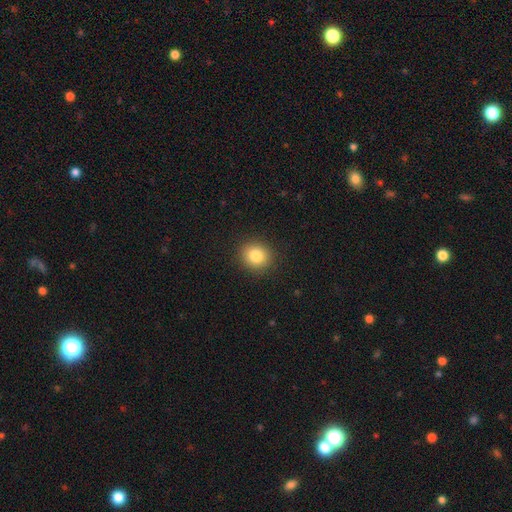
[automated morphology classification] Smooth or featured?
  - smooth: 83% *
  - star or artifact: 10%
  - featured or disk: 7%
How rounded?
  - round: 77% *
  - in between: 22%
  - cigar-shaped: 1%
Merging?
  - none: 90% *
  - minor disturbance: 7%
  - major disturbance: 2%
  - merger: 1%